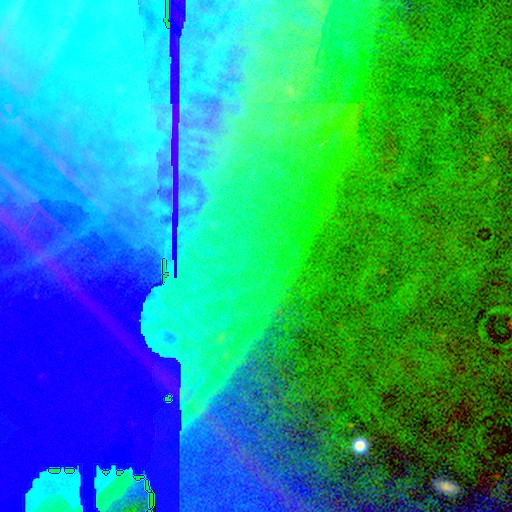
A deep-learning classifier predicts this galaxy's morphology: This appears to be a star or artifact, not a galaxy (80%).